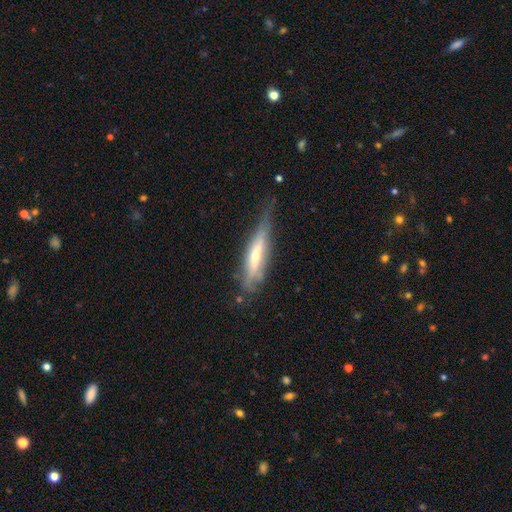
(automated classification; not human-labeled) featured or disk 55%, smooth 39%, star or artifact 6%. Down the decision tree: edge-on disk — yes (81%); merging — none (53%).